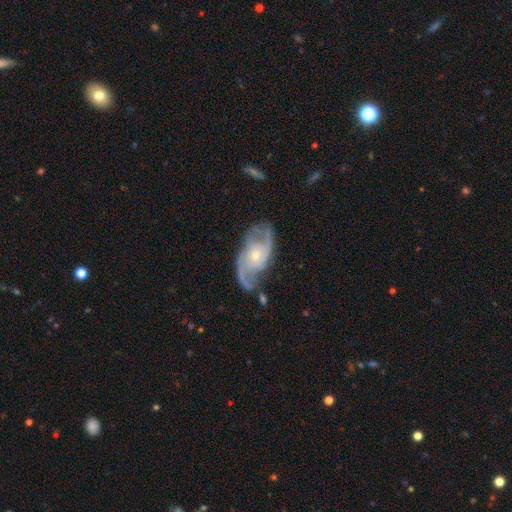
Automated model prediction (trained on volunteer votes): smooth-or-featured: featured or disk: 87% | smooth: 8% | star or artifact: 6%
  disk-edge-on: no: 95% | yes: 5%
    bar: no: 68% | weak: 25% | strong: 7%
    has-spiral-arms: yes: 95% | no: 5%
      spiral-winding: medium: 50% | loose: 27% | tight: 23%
      spiral-arm-count: 2: 84% | can't tell: 6% | 3: 4% | 1: 3% | 4: 2% | more than 4: 1%
    bulge-size: small: 60% | moderate: 36% | large: 2% | none: 1% | dominant: 1%
  merging: none: 68% | minor disturbance: 19% | major disturbance: 10% | merger: 3%